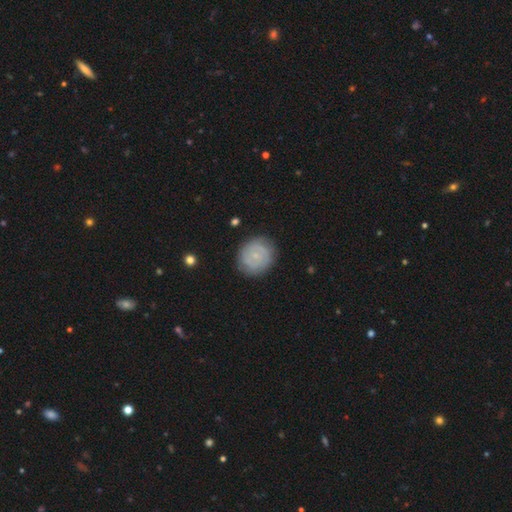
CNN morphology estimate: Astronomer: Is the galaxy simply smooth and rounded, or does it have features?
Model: featured or disk — 59%.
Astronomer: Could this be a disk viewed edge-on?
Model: no — 98%.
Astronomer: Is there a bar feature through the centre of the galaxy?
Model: no — 72%.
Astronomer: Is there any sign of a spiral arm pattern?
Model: yes — 85%.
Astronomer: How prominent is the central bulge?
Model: small — 79%.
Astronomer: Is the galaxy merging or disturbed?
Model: none — 82%.